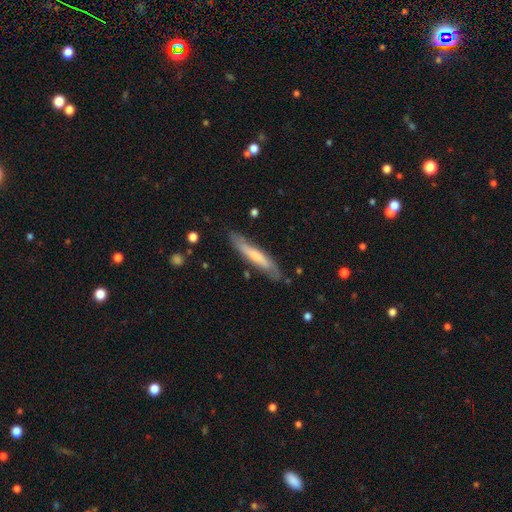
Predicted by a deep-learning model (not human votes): Smooth or featured? Predicted: smooth (p=0.55). How rounded? Predicted: cigar-shaped (p=0.90). Merging? Predicted: none (p=0.79).